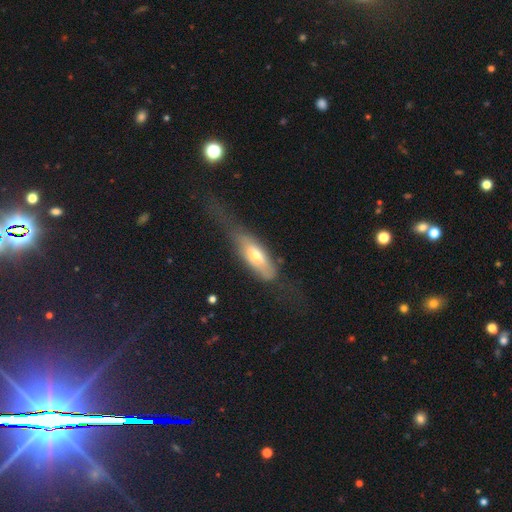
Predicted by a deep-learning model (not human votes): Smooth or featured? smooth (53%)
How rounded? in between (57%)
Merging? major disturbance (41%)